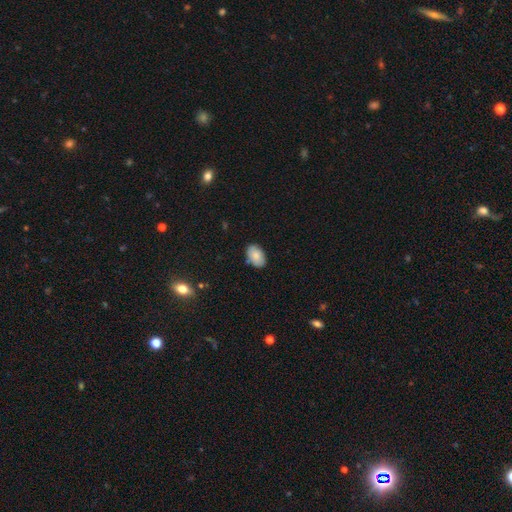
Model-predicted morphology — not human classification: type=smooth (82%); roundness=in between (90%); merging=none (81%).